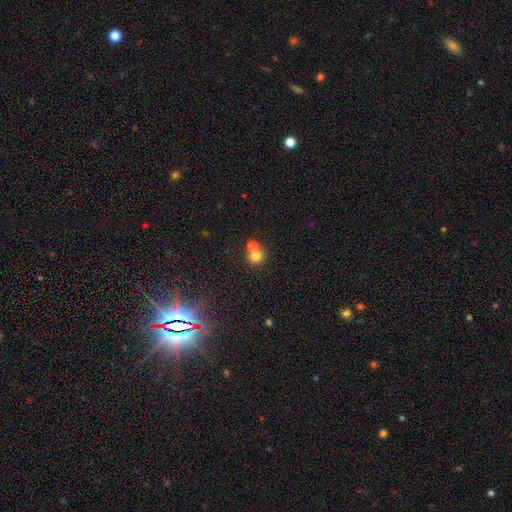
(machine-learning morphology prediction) smooth-or-featured: smooth: 75% | star or artifact: 14% | featured or disk: 11%
  how-rounded: round: 87% | in between: 13% | cigar-shaped: 1%
  merging: none: 51% | merger: 40% | minor disturbance: 6% | major disturbance: 3%